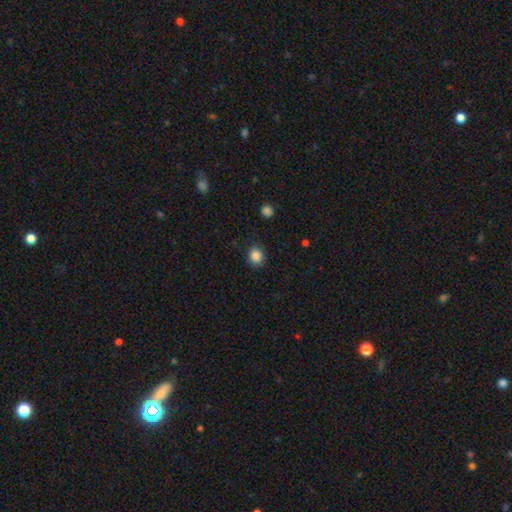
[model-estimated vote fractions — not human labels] Smooth or featured? Predicted: smooth (p=0.86). How rounded? Predicted: round (p=0.73). Merging? Predicted: none (p=0.89).